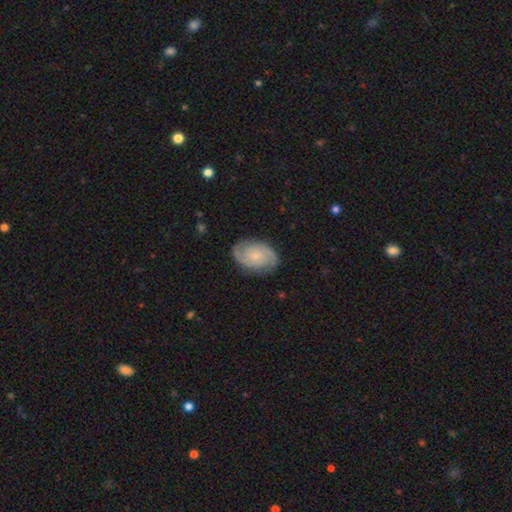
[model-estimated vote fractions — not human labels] Morphology: type=featured or disk (75%); edge-on=no (97%); bar=no (70%); spiral arms=yes (95%); winding=tight (45%); arm count=2 (86%); bulge=small (60%); merging=none (83%).